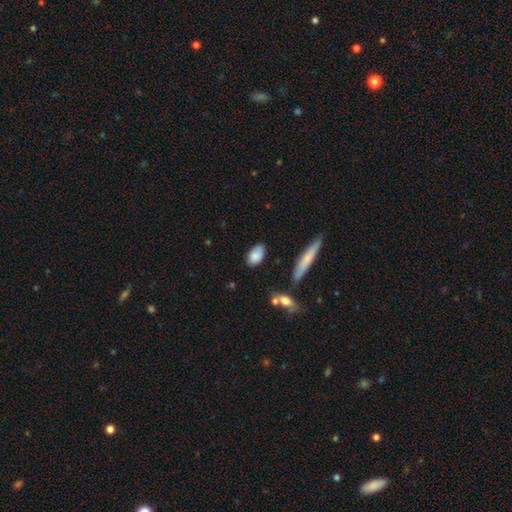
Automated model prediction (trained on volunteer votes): Overall: smooth (83%). How rounded: in between (90%). Merging: none (72%).